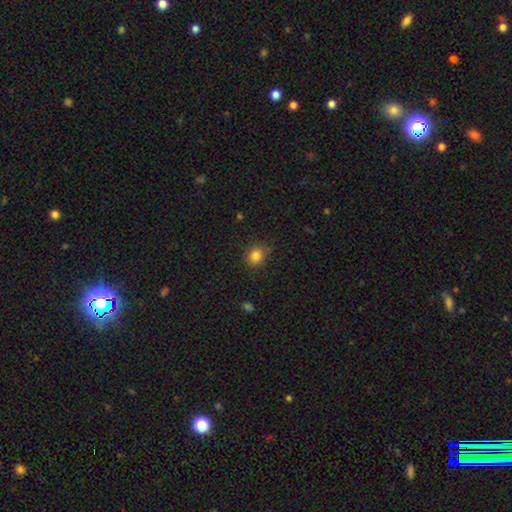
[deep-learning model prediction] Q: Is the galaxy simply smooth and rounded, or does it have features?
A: smooth — 83%.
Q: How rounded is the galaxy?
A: round — 77%.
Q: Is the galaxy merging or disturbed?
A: none — 83%.